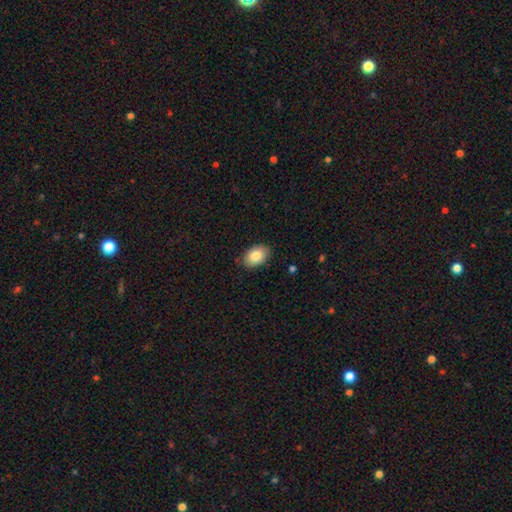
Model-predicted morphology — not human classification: Overall: smooth (84%). How rounded: in between (87%). Merging: none (85%).